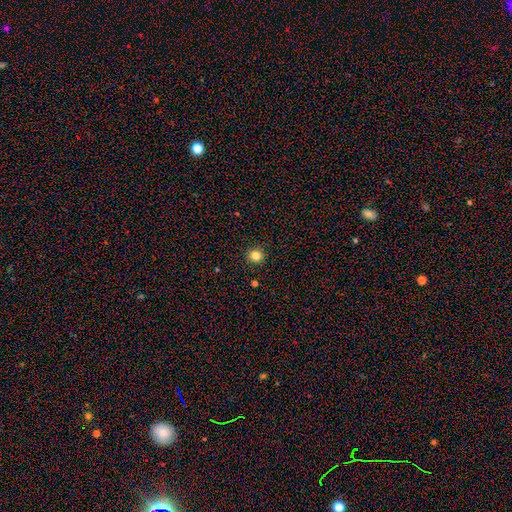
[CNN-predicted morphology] A smooth galaxy with no disk features (83%) that is round (94%).

Vote fractions:
- Smooth or featured? smooth: 83% / star or artifact: 13% / featured or disk: 5%
- How rounded? round: 94% / in between: 5% / cigar-shaped: 1%
- Merging? none: 93% / minor disturbance: 5% / major disturbance: 2% / merger: 1%